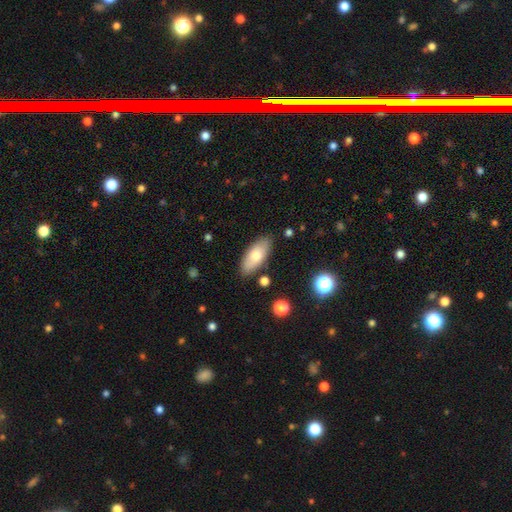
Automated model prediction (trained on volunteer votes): Q: Smooth or featured?
A: smooth (71%); runner-up: featured or disk (22%)
Q: How rounded?
A: in between (85%); runner-up: cigar-shaped (13%)
Q: Merging?
A: none (84%); runner-up: minor disturbance (11%)